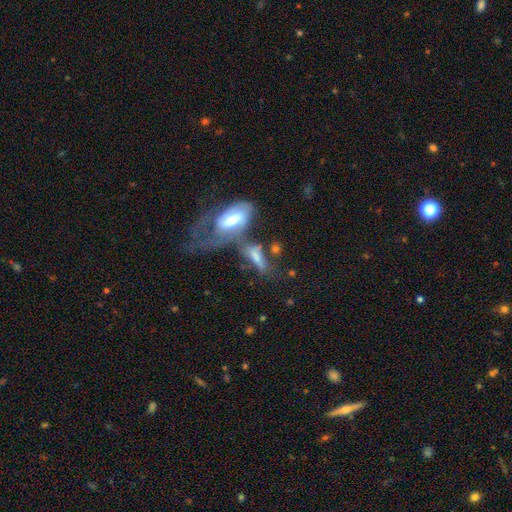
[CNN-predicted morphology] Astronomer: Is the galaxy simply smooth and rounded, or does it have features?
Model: smooth — 45%, tied with featured or disk at 45%.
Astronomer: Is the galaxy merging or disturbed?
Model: merger — 42% (runner-up: none, 23%).